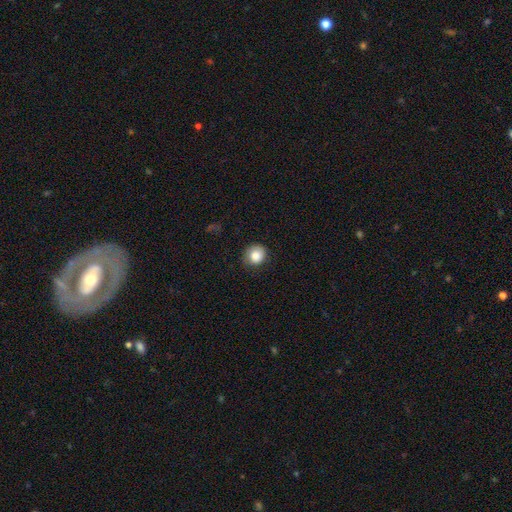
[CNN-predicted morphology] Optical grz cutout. It shows a smooth galaxy with no disk features (85%) that is round (86%). Merging: none (77%).